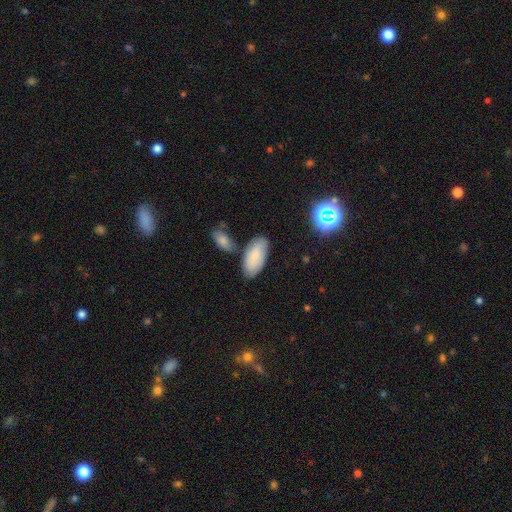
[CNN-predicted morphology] Q: Smooth or featured?
A: smooth (77%); runner-up: featured or disk (16%)
Q: How rounded?
A: in between (92%); runner-up: cigar-shaped (5%)
Q: Merging?
A: none (69%); runner-up: minor disturbance (17%)